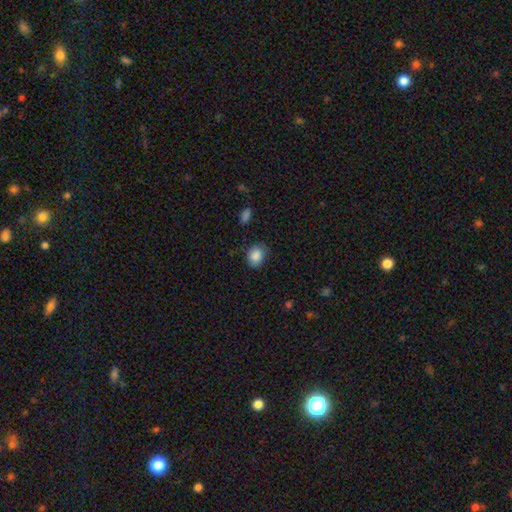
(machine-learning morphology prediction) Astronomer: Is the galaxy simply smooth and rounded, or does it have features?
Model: smooth — 87%.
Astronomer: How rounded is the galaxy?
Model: in between — 56% (runner-up: round, 43%).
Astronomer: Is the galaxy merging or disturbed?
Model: none — 74%.